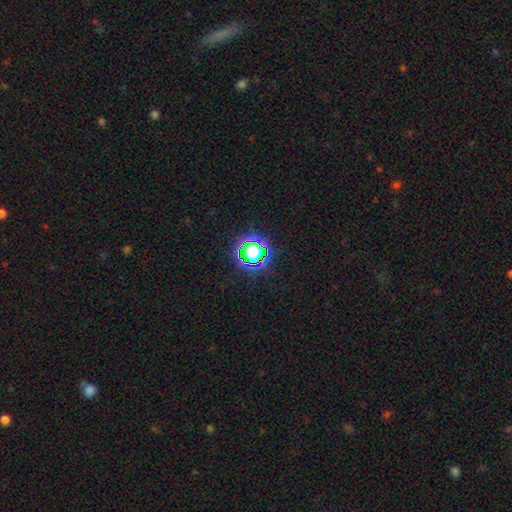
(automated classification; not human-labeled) Smooth or featured? Predicted: star or artifact (p=0.53).